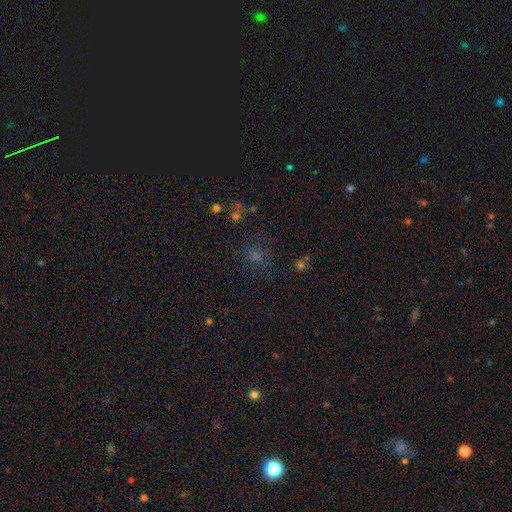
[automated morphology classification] Smooth or featured?
  - smooth: 46% *
  - star or artifact: 40%
  - featured or disk: 14%
Merging?
  - none: 66% *
  - minor disturbance: 15%
  - major disturbance: 12%
  - merger: 6%